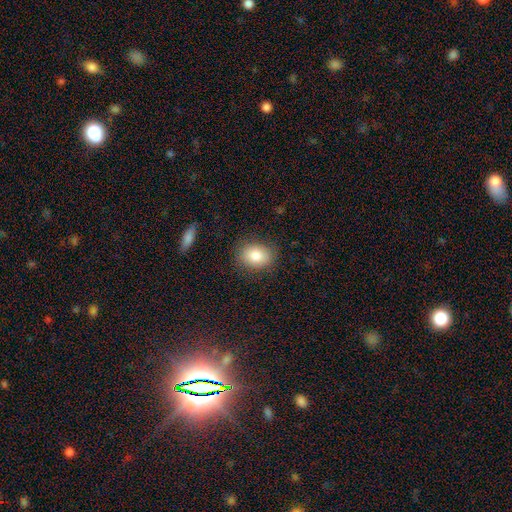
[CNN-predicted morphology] This appears to be a smooth galaxy with no disk features (82%) that is in between round and cigar-shaped (65%). Merging: none (84%).